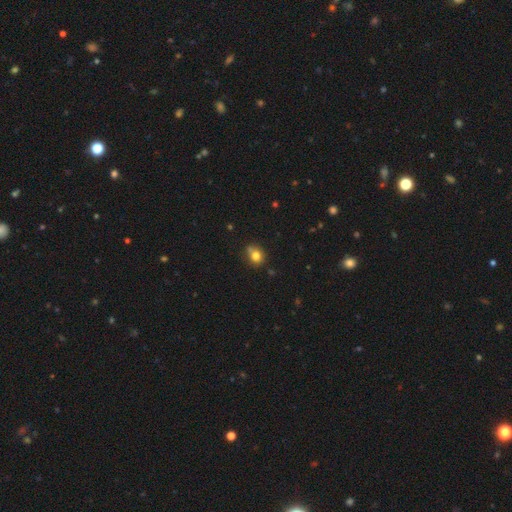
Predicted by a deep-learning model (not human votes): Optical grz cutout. It shows a smooth galaxy with no disk features (78%) that is round (68%). Merging: none (61%).